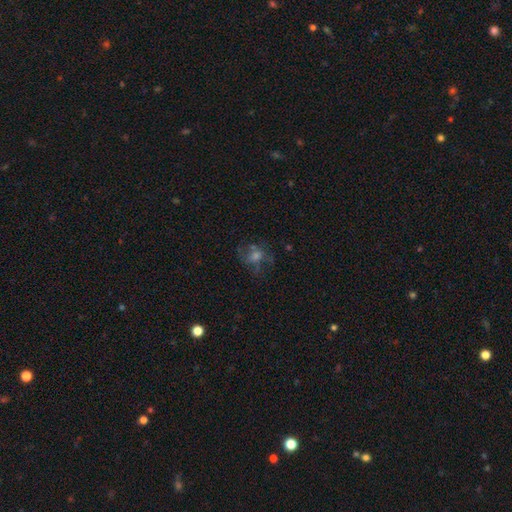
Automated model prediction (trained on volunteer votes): A featured or disk galaxy (43%).

Vote fractions:
- Smooth or featured? featured or disk: 43% / smooth: 32% / star or artifact: 25%
- Merging? none: 59% / major disturbance: 20% / minor disturbance: 18% / merger: 3%